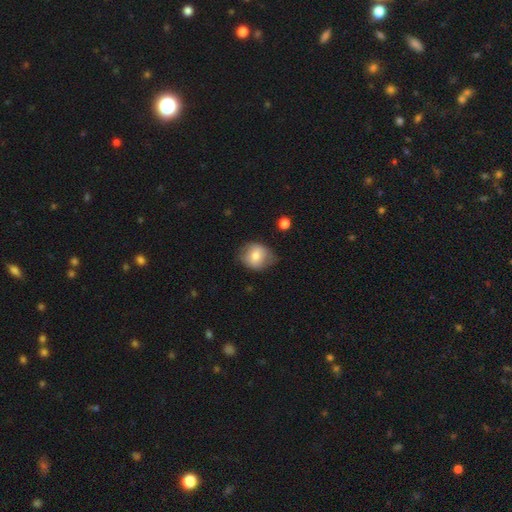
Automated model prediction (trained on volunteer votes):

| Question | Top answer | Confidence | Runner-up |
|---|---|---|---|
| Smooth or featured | smooth | 70% | featured or disk (22%) |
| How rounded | round | 64% | in between (35%) |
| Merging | none | 63% | minor disturbance (27%) |